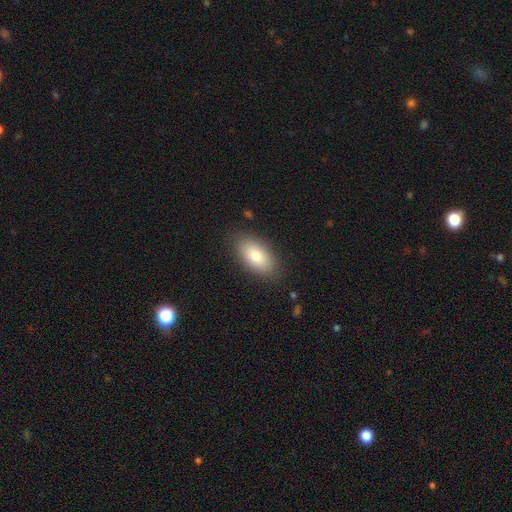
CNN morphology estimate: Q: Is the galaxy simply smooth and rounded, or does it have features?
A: smooth — 80%.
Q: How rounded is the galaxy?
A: in between — 91%.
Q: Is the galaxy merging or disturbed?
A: none — 85%.